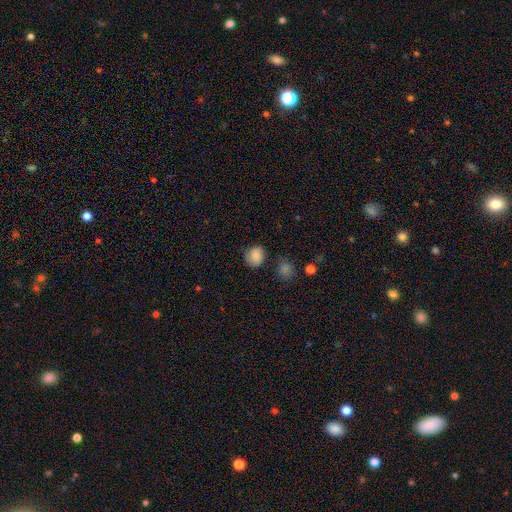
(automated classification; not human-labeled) smooth 78%, featured or disk 13%, star or artifact 10%. Down the decision tree: how rounded — round (69%); merging — none (68%).